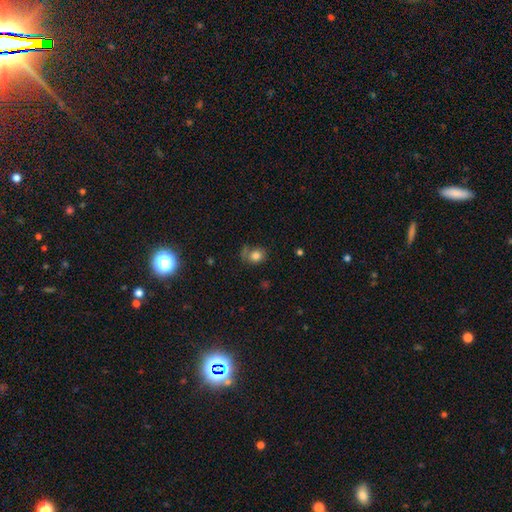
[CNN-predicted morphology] smooth 79%, star or artifact 11%, featured or disk 9%. Down the decision tree: how rounded — round (58%); merging — none (55%).